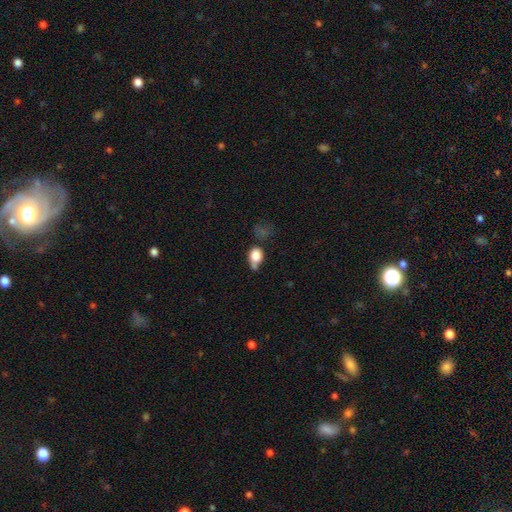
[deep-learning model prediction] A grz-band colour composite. It shows a smooth galaxy with no disk features (78%) that is in between round and cigar-shaped (61%). Merging: none (32%).